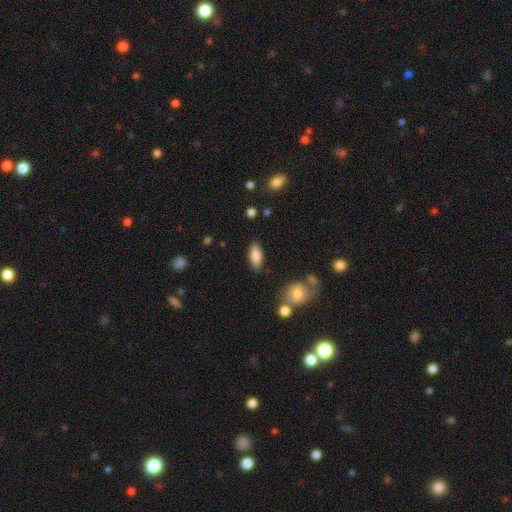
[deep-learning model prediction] This is clearly a smooth galaxy (85%). How rounded: clearly in between (81%). Merging: clearly none (85%).